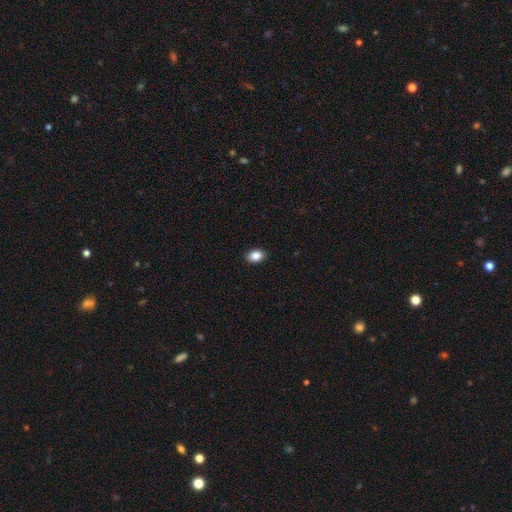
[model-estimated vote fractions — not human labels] Overall: smooth (87%). How rounded: in between (77%). Merging: none (90%).